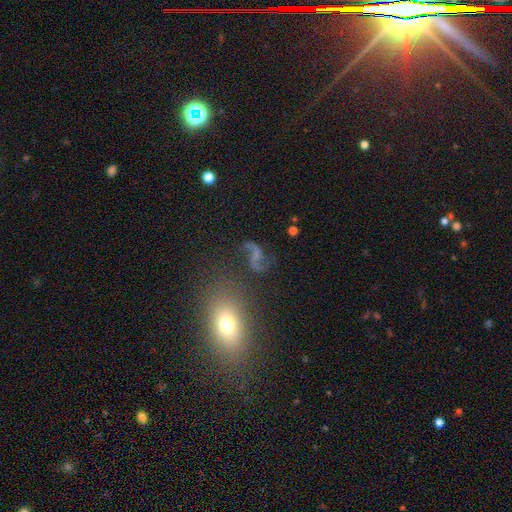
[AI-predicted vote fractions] The model was most divided on "bar": no: 46%, weak: 38%, strong: 16%. More confident: edge-on disk — no (97%); spiral arms — yes (93%); spiral arm count — 2 (90%); spiral winding — loose (83%); smooth or featured — featured or disk (78%); merging — none (62%); bulge size — none (57%).